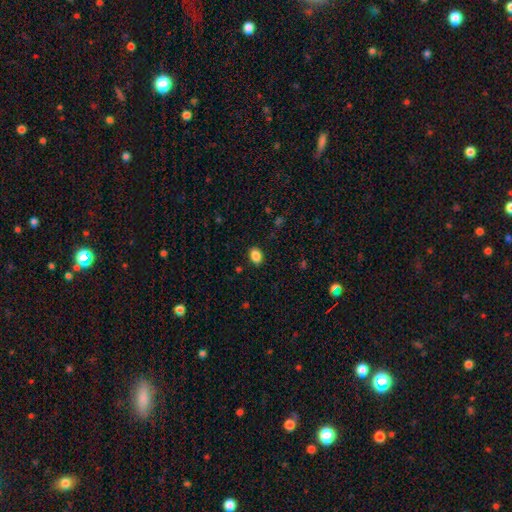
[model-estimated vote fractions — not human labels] Q: Smooth or featured?
A: smooth (88%); runner-up: star or artifact (9%)
Q: How rounded?
A: in between (76%); runner-up: round (23%)
Q: Merging?
A: none (88%); runner-up: minor disturbance (9%)